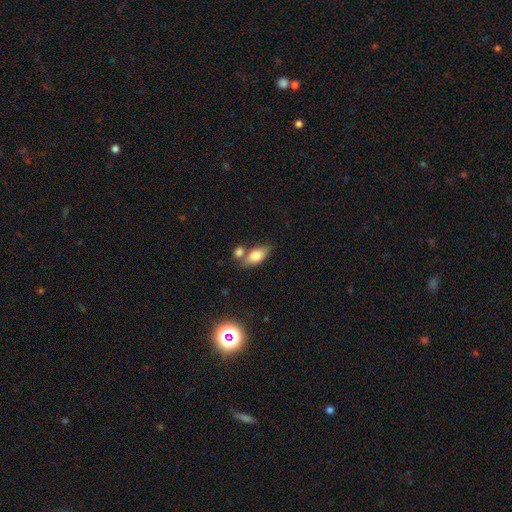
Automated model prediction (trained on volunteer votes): A smooth galaxy with no disk features (79%) that is in between round and cigar-shaped (87%). Merging: none (54%).